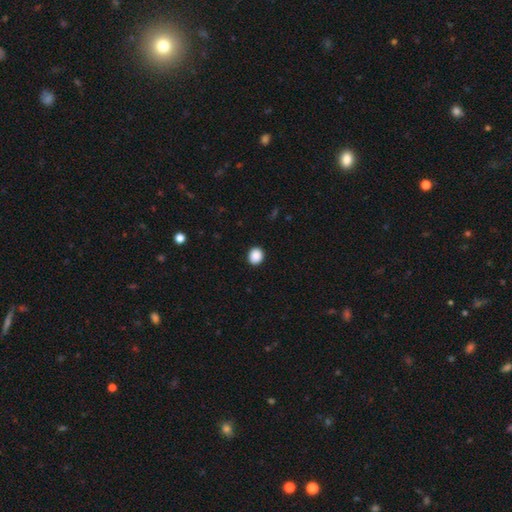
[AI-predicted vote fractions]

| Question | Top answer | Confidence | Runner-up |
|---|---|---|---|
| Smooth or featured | smooth | 89% | star or artifact (9%) |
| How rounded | round | 75% | in between (24%) |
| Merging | none | 92% | minor disturbance (5%) |